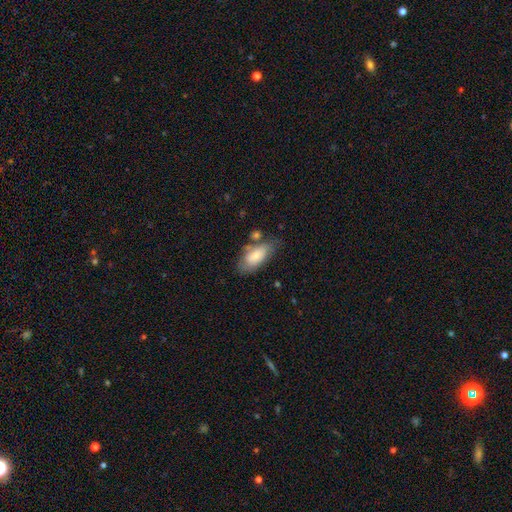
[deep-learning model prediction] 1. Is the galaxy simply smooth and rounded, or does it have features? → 73% smooth, 21% featured or disk, 7% star or artifact.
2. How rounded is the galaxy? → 89% in between, 8% cigar-shaped, 3% round.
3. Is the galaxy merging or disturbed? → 53% none, 26% minor disturbance, 11% merger, 10% major disturbance.